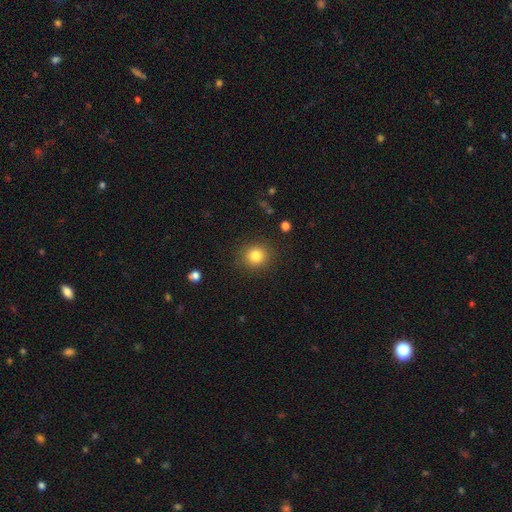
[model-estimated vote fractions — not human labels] Smooth or featured? Predicted: smooth (p=0.82). How rounded? Predicted: round (p=0.86). Merging? Predicted: none (p=0.88).